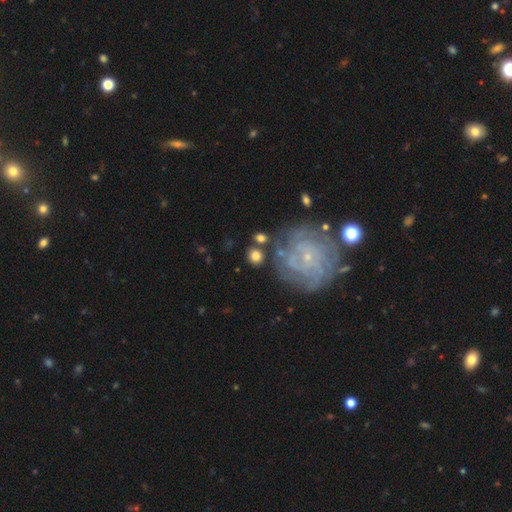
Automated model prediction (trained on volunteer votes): The model was most divided on "smooth or featured": smooth: 62%, featured or disk: 29%, star or artifact: 9%. More confident: how rounded — round (81%); merging — none (75%).